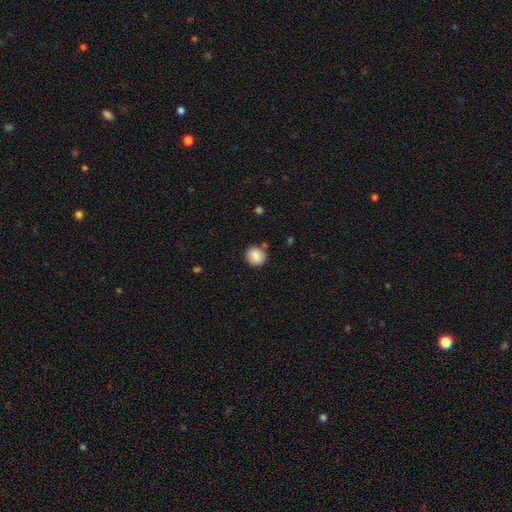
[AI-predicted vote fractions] The model was most divided on "merging": none: 84%, minor disturbance: 10%, merger: 4%, major disturbance: 3%. More confident: how rounded — round (89%); smooth or featured — smooth (87%).